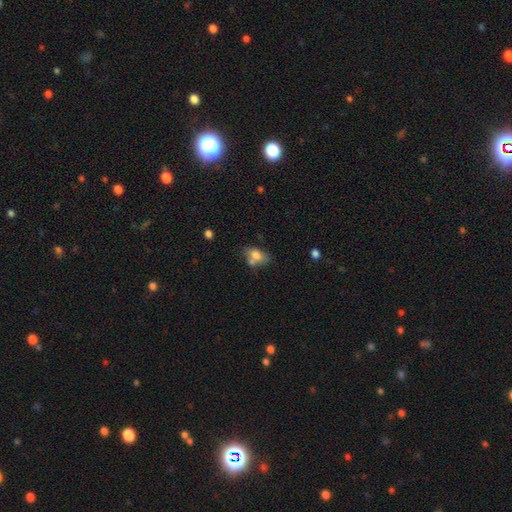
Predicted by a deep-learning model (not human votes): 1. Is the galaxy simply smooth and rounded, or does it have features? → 73% smooth, 17% featured or disk, 9% star or artifact.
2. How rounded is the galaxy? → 84% in between, 14% round, 3% cigar-shaped.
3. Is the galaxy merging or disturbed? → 46% none, 29% merger, 18% minor disturbance, 7% major disturbance.